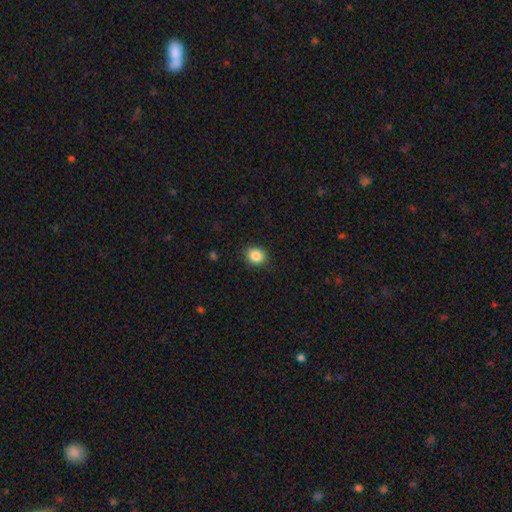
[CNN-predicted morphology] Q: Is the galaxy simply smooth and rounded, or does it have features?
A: smooth — 86%.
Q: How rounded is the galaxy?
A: round — 69%.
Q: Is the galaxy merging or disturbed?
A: none — 88%.